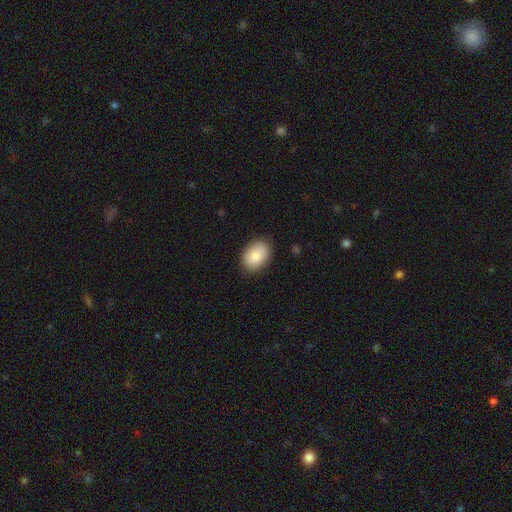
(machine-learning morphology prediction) A smooth galaxy with no disk features (85%) that is in between round and cigar-shaped (82%).

Vote fractions:
- Smooth or featured? smooth: 85% / featured or disk: 8% / star or artifact: 7%
- How rounded? in between: 82% / round: 17% / cigar-shaped: 1%
- Merging? none: 86% / minor disturbance: 11% / major disturbance: 2% / merger: 1%